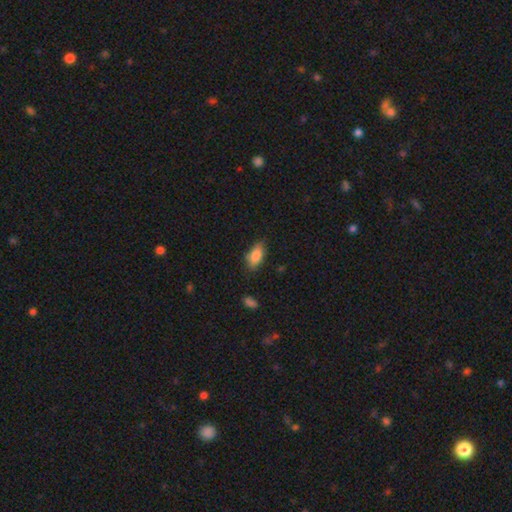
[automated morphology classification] Smooth or featured? Predicted: smooth (p=0.84). How rounded? Predicted: in between (p=0.89). Merging? Predicted: none (p=0.71).